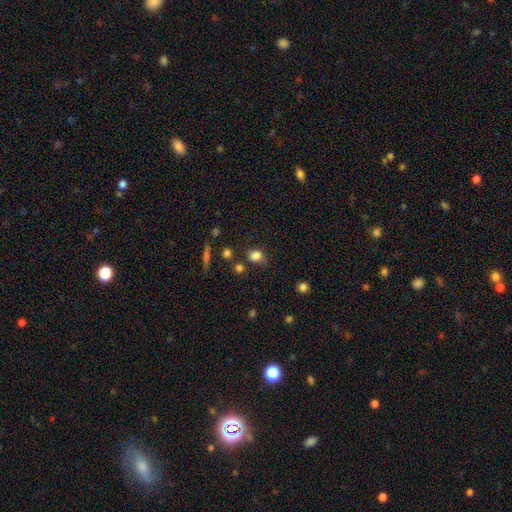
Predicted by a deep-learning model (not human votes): smooth-or-featured: smooth: 80% | star or artifact: 12% | featured or disk: 8%
  how-rounded: round: 61% | in between: 37% | cigar-shaped: 2%
  merging: none: 55% | minor disturbance: 26% | major disturbance: 11% | merger: 7%